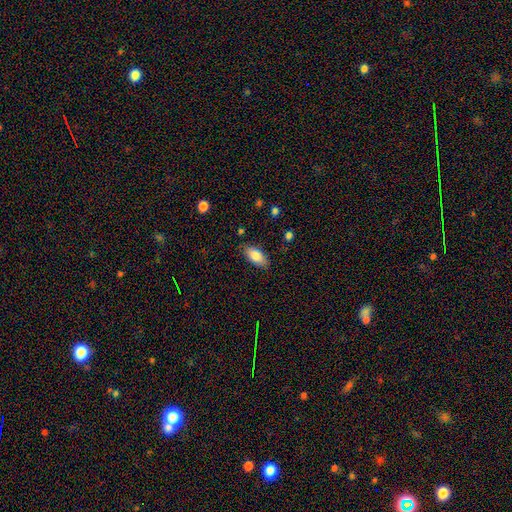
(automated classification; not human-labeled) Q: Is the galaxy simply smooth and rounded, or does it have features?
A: smooth — 83%.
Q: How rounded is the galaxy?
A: in between — 91%.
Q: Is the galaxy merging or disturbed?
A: none — 83%.